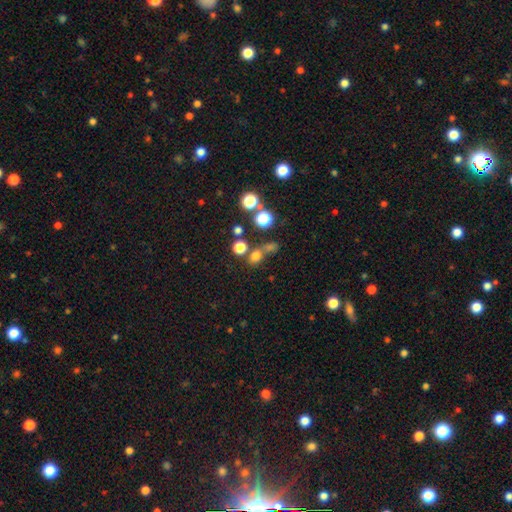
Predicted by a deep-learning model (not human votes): Overall: smooth (68%). How rounded: round (75%). Merging: none (55%; merger 27%).